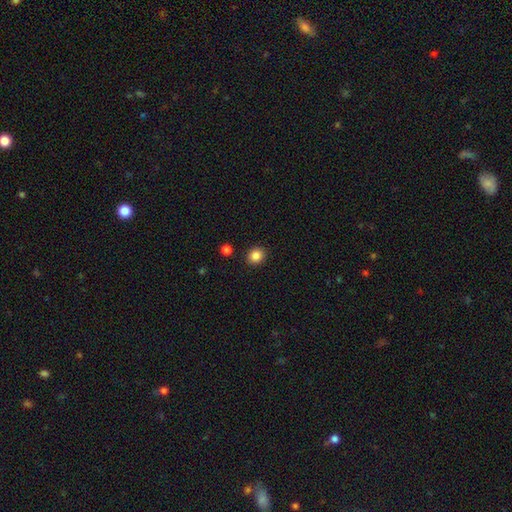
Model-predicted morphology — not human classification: Smooth or featured: smooth — 86% (star or artifact — 10%)
How rounded: round — 72% (in between — 27%)
Merging: none — 90% (minor disturbance — 6%)